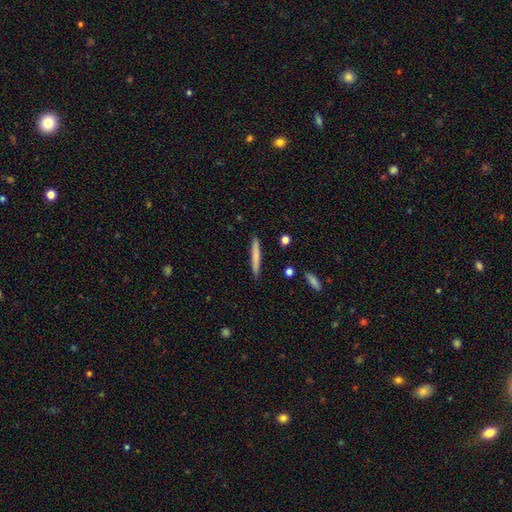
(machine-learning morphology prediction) Smooth or featured?
  - smooth: 74% *
  - featured or disk: 20%
  - star or artifact: 6%
How rounded?
  - cigar-shaped: 96% *
  - in between: 3%
  - round: 1%
Merging?
  - none: 90% *
  - minor disturbance: 7%
  - merger: 1%
  - major disturbance: 1%